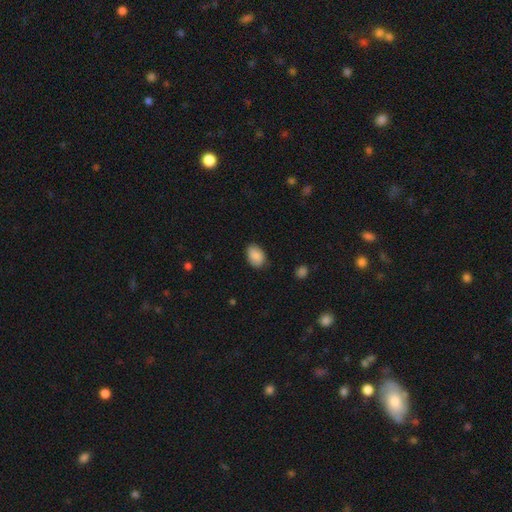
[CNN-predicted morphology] This appears to be a smooth galaxy with no disk features (88%) that is in between round and cigar-shaped (82%). Merging: none (78%).